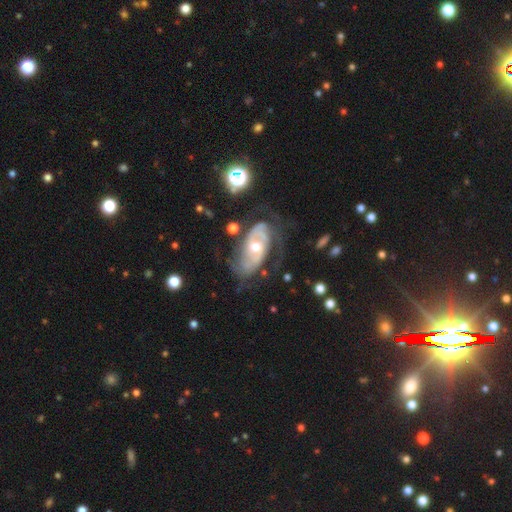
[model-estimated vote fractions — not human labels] Overall: featured or disk (83%). Edge-on disk: no (95%). Bar: no (64%; weak 27%). Spiral arms: yes (89%). Spiral arm count: 2 (58%; can't tell 24%). Spiral winding: tight (47%; medium 37%). Bulge size: moderate (64%; small 30%). Merging: none (58%; minor disturbance 21%).